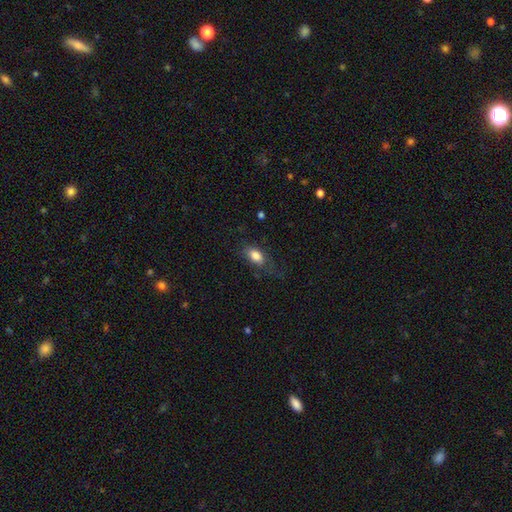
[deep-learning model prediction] smooth_or_featured: smooth (p=0.82) [alt: featured or disk p=0.11]
how_rounded: in between (p=0.88) [alt: round p=0.06]
merging: none (p=0.62) [alt: minor disturbance p=0.23]